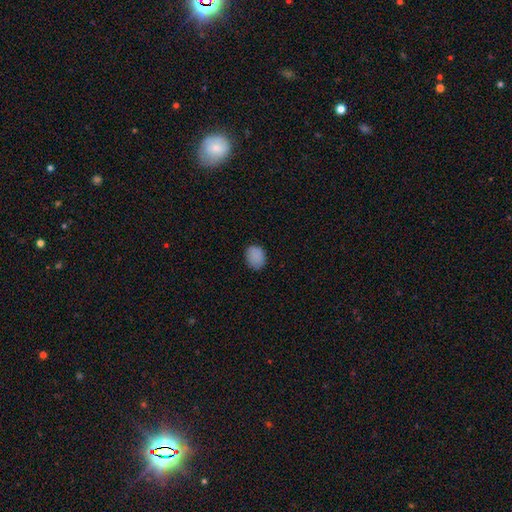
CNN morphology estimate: This is clearly a smooth galaxy (86%). How rounded: possibly in between (60%). Merging: clearly none (82%).